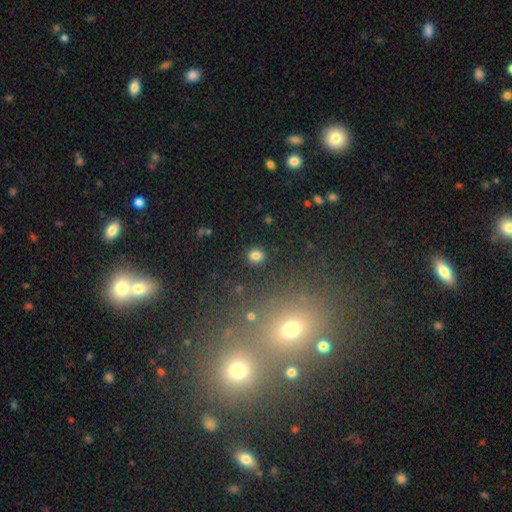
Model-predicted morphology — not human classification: Smooth or featured?
  - smooth: 80% *
  - star or artifact: 14%
  - featured or disk: 6%
How rounded?
  - round: 62% *
  - in between: 36%
  - cigar-shaped: 1%
Merging?
  - none: 88% *
  - minor disturbance: 7%
  - major disturbance: 3%
  - merger: 2%